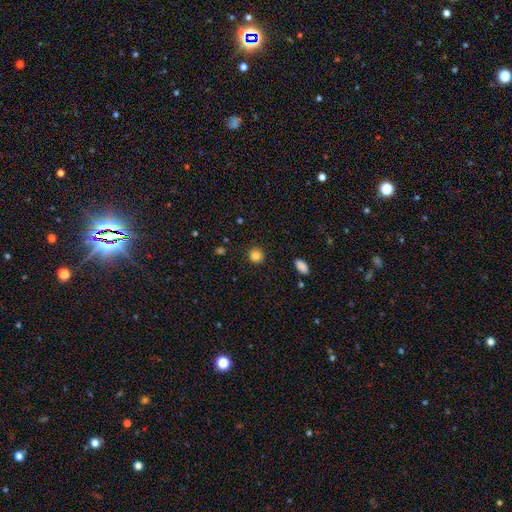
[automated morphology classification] Smooth or featured: smooth — 84% (star or artifact — 11%)
How rounded: round — 91% (in between — 8%)
Merging: none — 90% (minor disturbance — 6%)